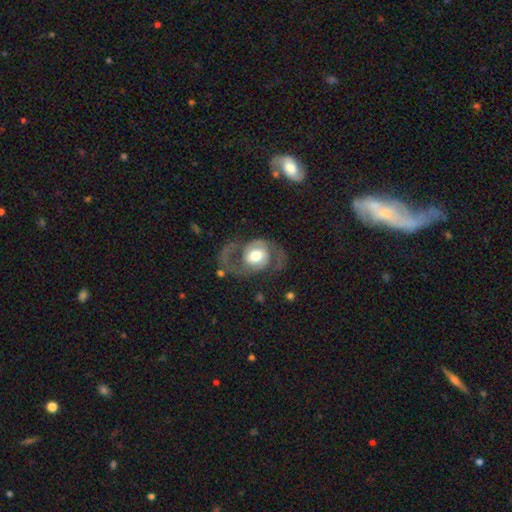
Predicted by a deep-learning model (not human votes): This is likely a featured or disk galaxy (75%). It is clearly not viewed edge-on (97%). Bar: possibly no (59%). Spiral arm pattern: clearly yes (84%). Spiral arm count: clearly 2 (85%). Spiral winding: possibly medium (47%). Central bulge: possibly moderate (58%). Merging: possibly none (51%).